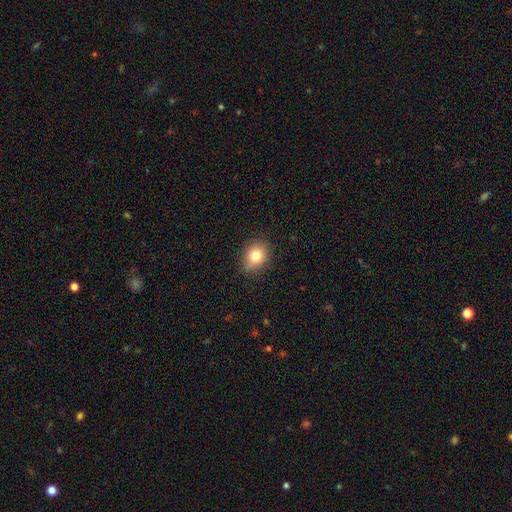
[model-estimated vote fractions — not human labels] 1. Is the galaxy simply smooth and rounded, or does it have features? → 79% smooth, 11% star or artifact, 10% featured or disk.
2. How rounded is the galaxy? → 63% round, 35% in between, 1% cigar-shaped.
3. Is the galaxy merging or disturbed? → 74% none, 21% minor disturbance, 4% major disturbance, 2% merger.